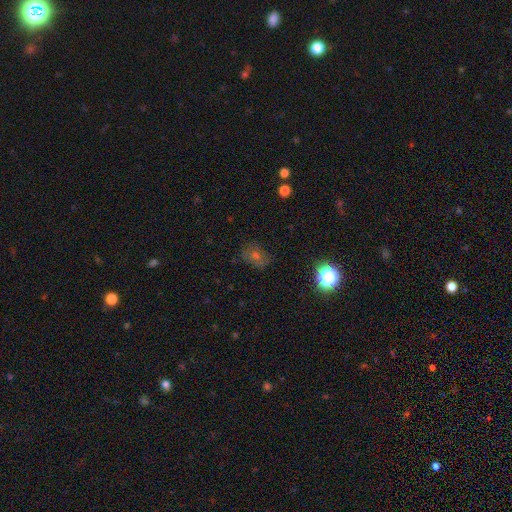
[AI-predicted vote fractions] Q: Smooth or featured?
A: smooth (47%); runner-up: star or artifact (33%)
Q: Merging?
A: none (71%); runner-up: minor disturbance (18%)